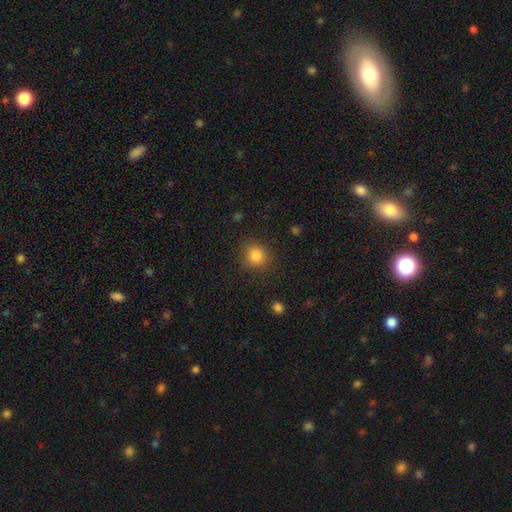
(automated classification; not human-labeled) smooth_or_featured: smooth (p=0.84) [alt: star or artifact p=0.11]
how_rounded: round (p=0.84) [alt: in between p=0.15]
merging: none (p=0.85) [alt: minor disturbance p=0.10]